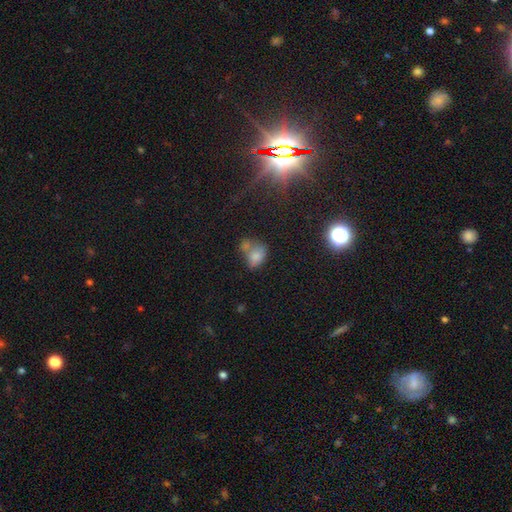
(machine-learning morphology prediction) smooth 73%, featured or disk 13%, star or artifact 13%. Down the decision tree: how rounded — in between (72%); merging — merger (47%).